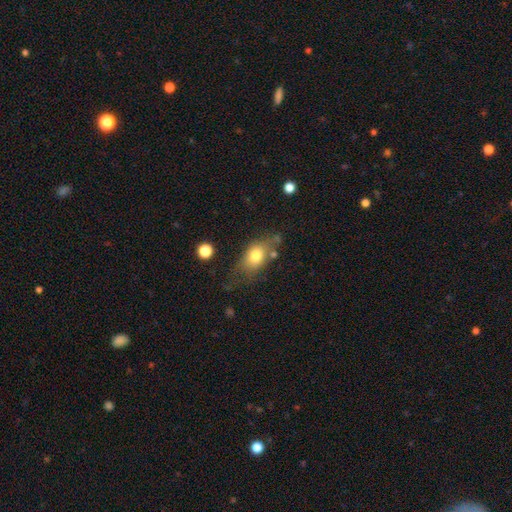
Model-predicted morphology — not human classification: Smooth or featured?
  - smooth: 73% *
  - featured or disk: 18%
  - star or artifact: 9%
How rounded?
  - in between: 74% *
  - round: 21%
  - cigar-shaped: 5%
Merging?
  - none: 53% *
  - minor disturbance: 26%
  - major disturbance: 14%
  - merger: 7%